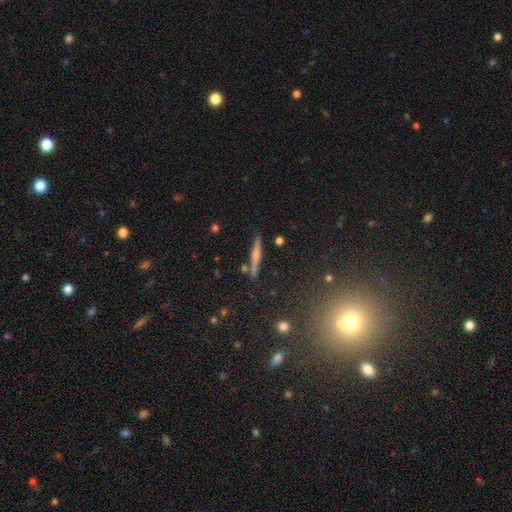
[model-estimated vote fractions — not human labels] This appears to be a featured or disk galaxy (48%). Merging: none (85%).